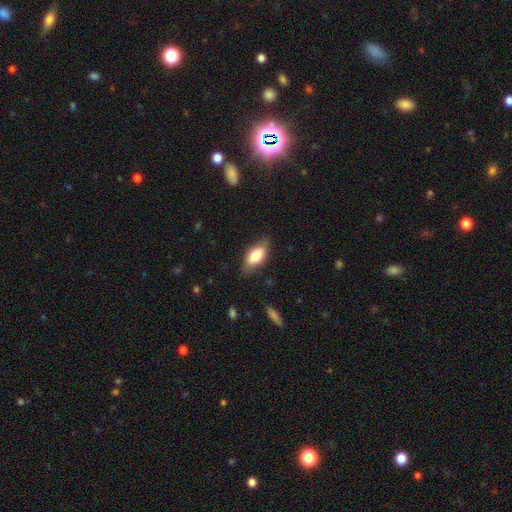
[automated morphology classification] Smooth or featured?
  - smooth: 75% *
  - featured or disk: 18%
  - star or artifact: 7%
How rounded?
  - in between: 86% *
  - cigar-shaped: 10%
  - round: 3%
Merging?
  - none: 76% *
  - minor disturbance: 19%
  - major disturbance: 4%
  - merger: 1%